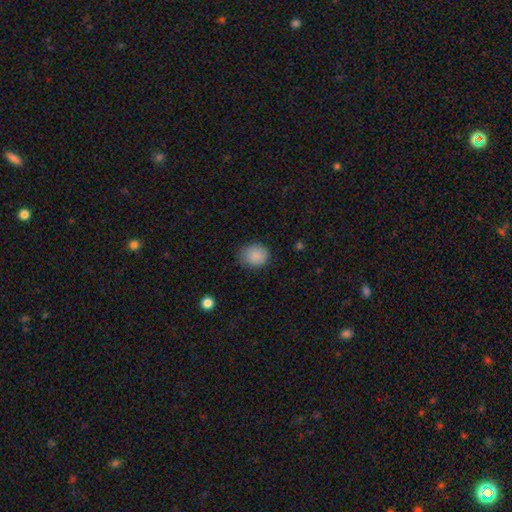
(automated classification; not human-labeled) This appears to be a smooth galaxy with no disk features (87%) that is round (75%). Merging: none (77%).